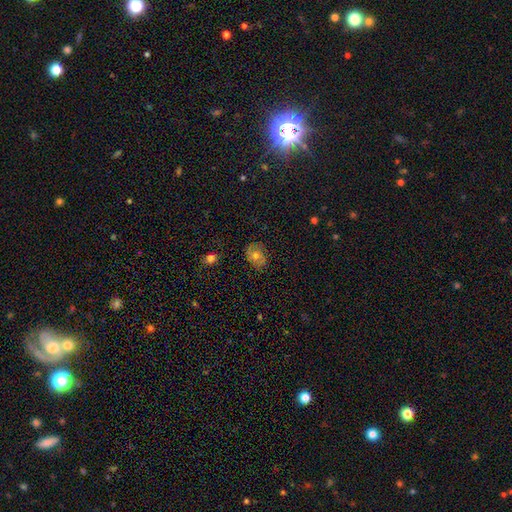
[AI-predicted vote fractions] Smooth or featured?
  - smooth: 46% *
  - featured or disk: 40%
  - star or artifact: 14%
Merging?
  - none: 77% *
  - minor disturbance: 17%
  - major disturbance: 5%
  - merger: 1%